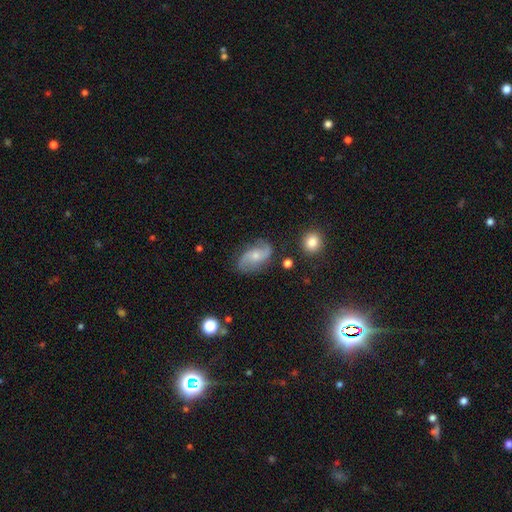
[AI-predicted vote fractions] smooth-or-featured: featured or disk: 73% | smooth: 20% | star or artifact: 7%
  disk-edge-on: no: 96% | yes: 4%
    bar: no: 61% | weak: 32% | strong: 7%
    has-spiral-arms: yes: 93% | no: 7%
      spiral-winding: loose: 61% | medium: 30% | tight: 10%
      spiral-arm-count: 2: 90% | can't tell: 4% | 1: 2% | 3: 1% | 4: 1% | more than 4: 1%
    bulge-size: small: 55% | moderate: 39% | none: 3% | large: 2% | dominant: 1%
  merging: none: 75% | minor disturbance: 17% | major disturbance: 6% | merger: 2%